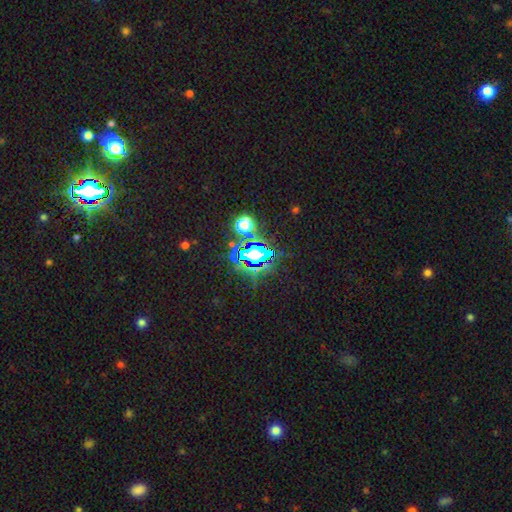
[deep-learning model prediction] Q: Smooth or featured?
A: star or artifact (69%); runner-up: smooth (20%)